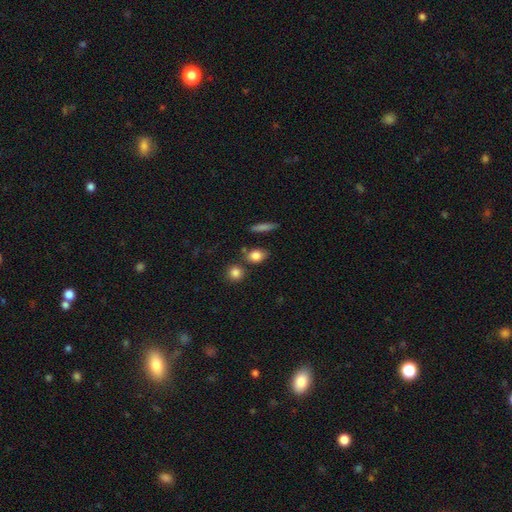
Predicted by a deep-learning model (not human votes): This is clearly a smooth galaxy (84%). How rounded: possibly in between (53%). Merging: likely none (72%).